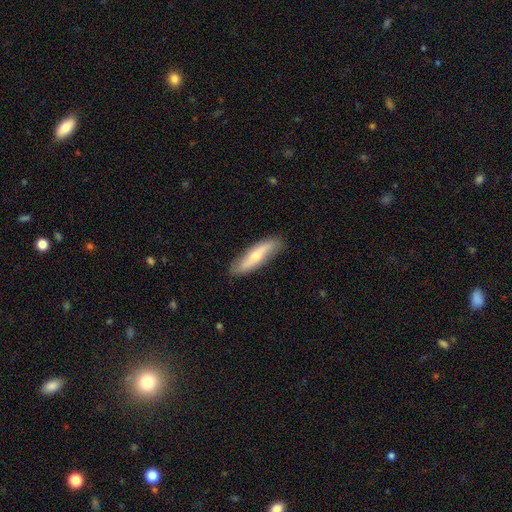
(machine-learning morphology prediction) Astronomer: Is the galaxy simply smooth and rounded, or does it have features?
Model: smooth — 51% (runner-up: featured or disk, 43%).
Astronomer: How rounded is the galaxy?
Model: cigar-shaped — 67%.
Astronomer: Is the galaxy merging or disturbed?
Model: none — 84%.